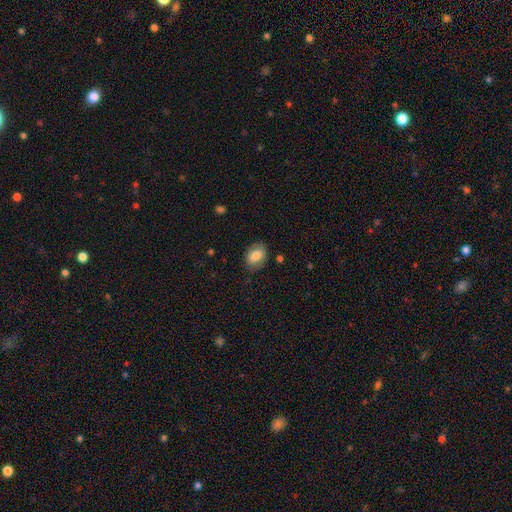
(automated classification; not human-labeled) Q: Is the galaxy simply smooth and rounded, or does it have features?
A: smooth — 81%.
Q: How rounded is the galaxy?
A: in between — 78%.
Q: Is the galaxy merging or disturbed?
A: none — 80%.